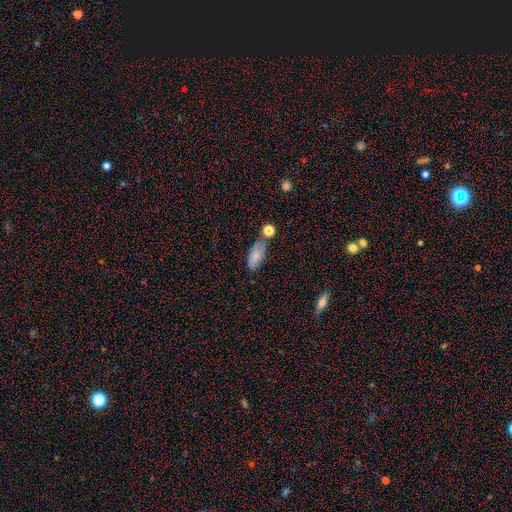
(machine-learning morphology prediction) Smooth or featured? Predicted: smooth (p=0.79). How rounded? Predicted: in between (p=0.85). Merging? Predicted: none (p=0.56).